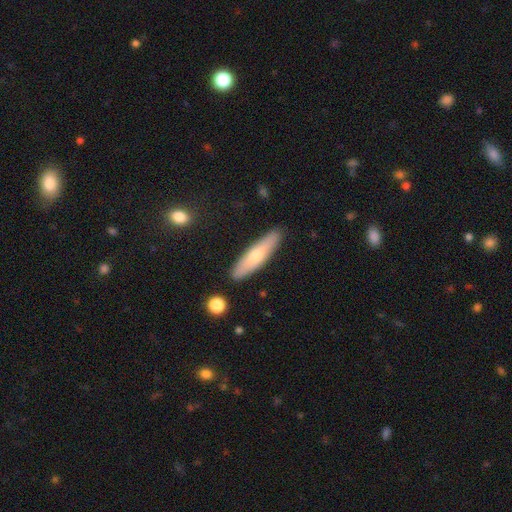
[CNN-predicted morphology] Smooth or featured: smooth — 62% (featured or disk — 32%)
How rounded: cigar-shaped — 78% (in between — 20%)
Merging: none — 88% (minor disturbance — 8%)